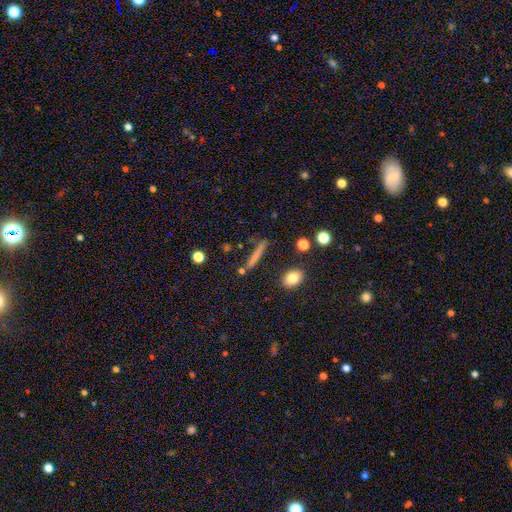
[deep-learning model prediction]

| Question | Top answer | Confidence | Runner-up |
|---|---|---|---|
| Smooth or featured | smooth | 63% | featured or disk (25%) |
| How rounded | cigar-shaped | 88% | in between (7%) |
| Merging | none | 80% | minor disturbance (11%) |